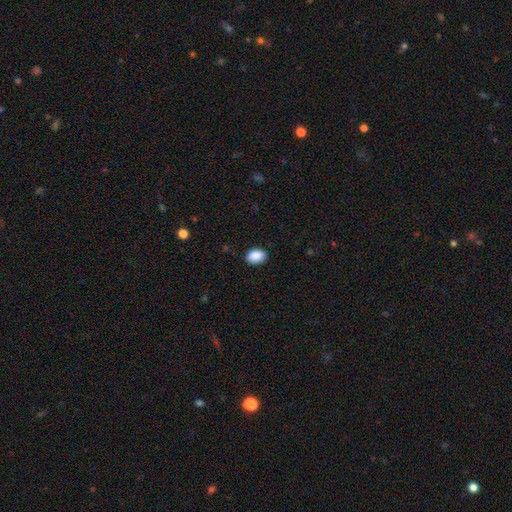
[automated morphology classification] This is clearly a smooth galaxy (90%). How rounded: clearly in between (81%). Merging: clearly none (89%).